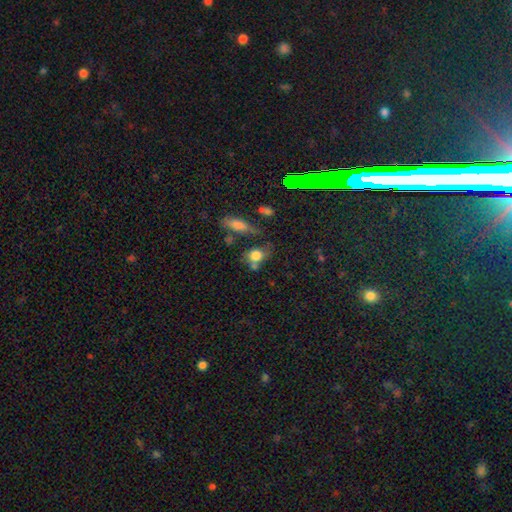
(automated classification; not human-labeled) This appears to be a smooth galaxy with no disk features (76%) that is round (58%). Merging: none (46%).